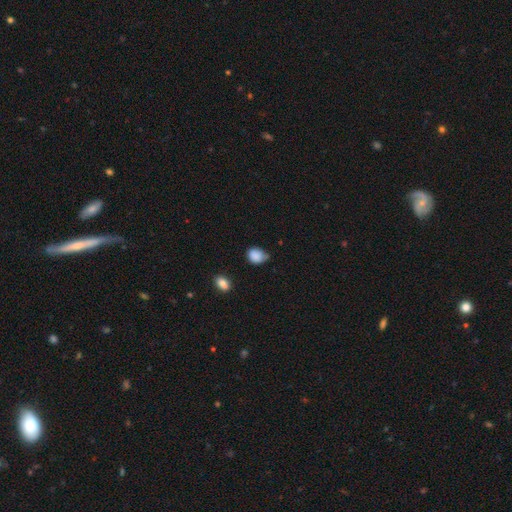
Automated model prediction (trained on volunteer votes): A smooth galaxy with no disk features (86%) that is round (51%).

Vote fractions:
- Smooth or featured? smooth: 86% / star or artifact: 9% / featured or disk: 5%
- How rounded? round: 51% / in between: 48% / cigar-shaped: 1%
- Merging? none: 46% / minor disturbance: 43% / major disturbance: 7% / merger: 3%